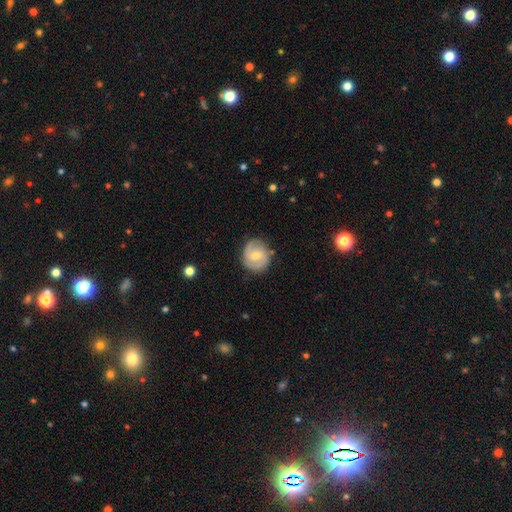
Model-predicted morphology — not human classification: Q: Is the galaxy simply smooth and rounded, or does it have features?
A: featured or disk — 66%.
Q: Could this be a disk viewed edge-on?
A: no — 98%.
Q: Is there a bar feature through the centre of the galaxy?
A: weak — 46%.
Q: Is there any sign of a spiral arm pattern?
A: yes — 87%.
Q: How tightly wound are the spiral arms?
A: tight — 44%.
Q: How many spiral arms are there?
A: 2 — 78%.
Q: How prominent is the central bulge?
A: moderate — 60%.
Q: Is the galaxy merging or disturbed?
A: none — 78%.